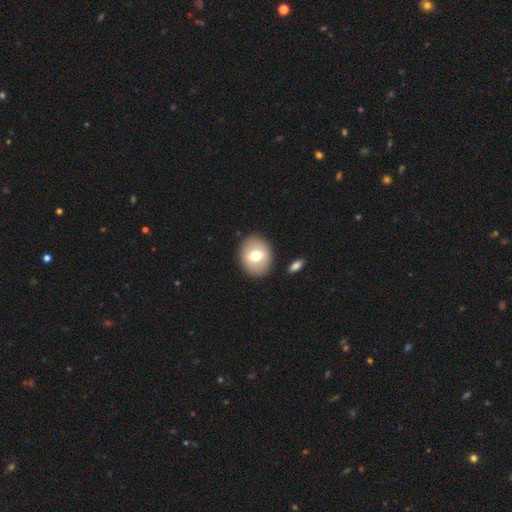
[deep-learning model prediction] Smooth or featured?
  - smooth: 65% *
  - featured or disk: 27%
  - star or artifact: 7%
How rounded?
  - round: 54% *
  - in between: 45%
  - cigar-shaped: 1%
Merging?
  - none: 88% *
  - minor disturbance: 7%
  - merger: 3%
  - major disturbance: 2%